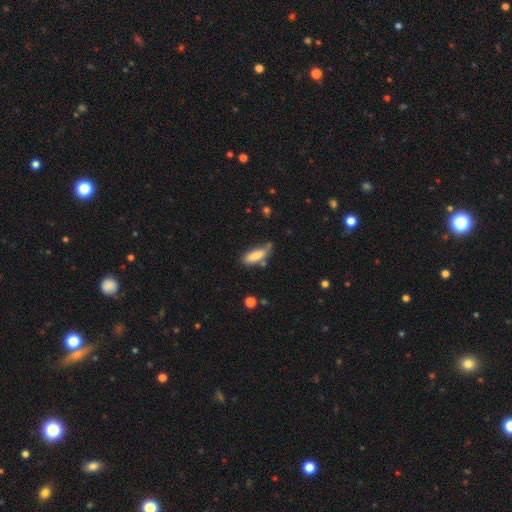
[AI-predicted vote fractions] A smooth galaxy with no disk features (79%) that is in between round and cigar-shaped (60%).

Vote fractions:
- Smooth or featured? smooth: 79% / featured or disk: 14% / star or artifact: 7%
- How rounded? in between: 60% / cigar-shaped: 38% / round: 2%
- Merging? none: 56% / minor disturbance: 29% / merger: 8% / major disturbance: 7%